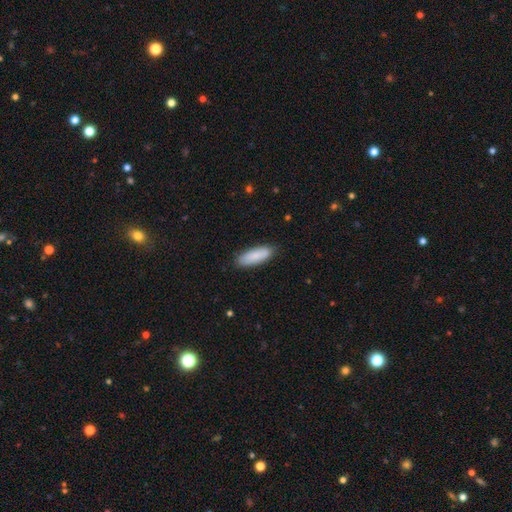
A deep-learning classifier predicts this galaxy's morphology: This appears to be a smooth galaxy with no disk features (84%) that is in between round and cigar-shaped (64%). Merging: none (85%).